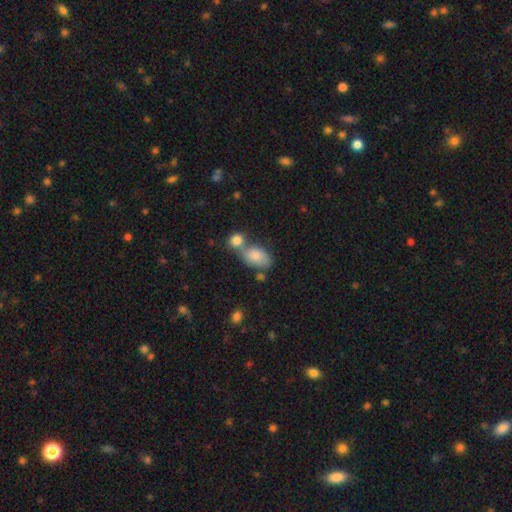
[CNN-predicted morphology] Smooth or featured? Predicted: smooth (p=0.77). How rounded? Predicted: in between (p=0.87). Merging? Predicted: merger (p=0.43).